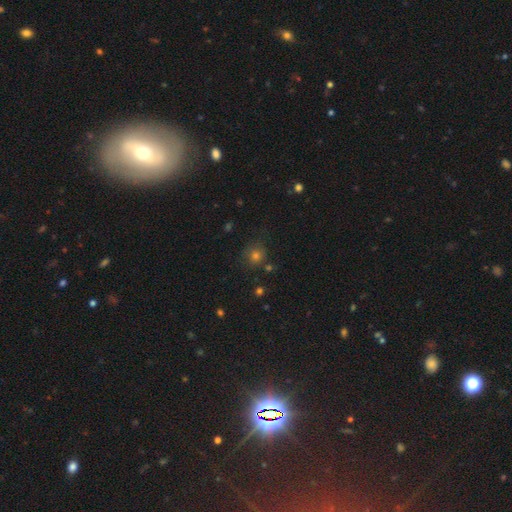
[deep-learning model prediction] smooth-or-featured: smooth: 64% | star or artifact: 27% | featured or disk: 9%
  how-rounded: round: 88% | in between: 11% | cigar-shaped: 1%
  merging: none: 78% | minor disturbance: 12% | merger: 5% | major disturbance: 5%